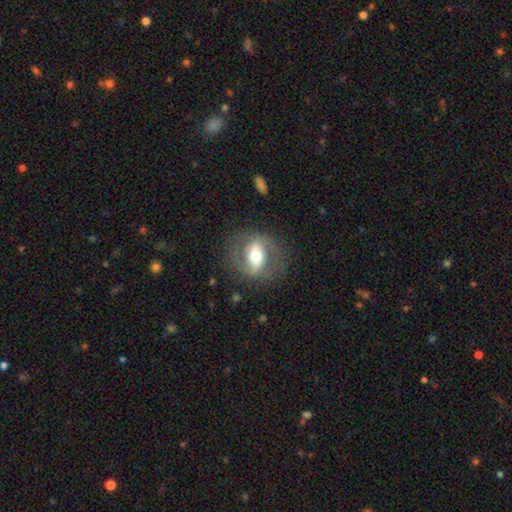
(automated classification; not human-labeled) A featured or disk galaxy (63%) with a strong bar (52%), no spiral arms (56%) and a moderate central bulge (67%).

Vote fractions:
- Smooth or featured? featured or disk: 63% / smooth: 30% / star or artifact: 7%
- Edge-on disk? no: 87% / yes: 13%
- Bar? strong: 52% / weak: 28% / no: 20%
- Spiral arms? no: 56% / yes: 44%
- Bulge size? moderate: 67% / large: 22% / small: 8% / dominant: 2% / none: 1%
- Merging? none: 76% / minor disturbance: 13% / major disturbance: 9% / merger: 1%